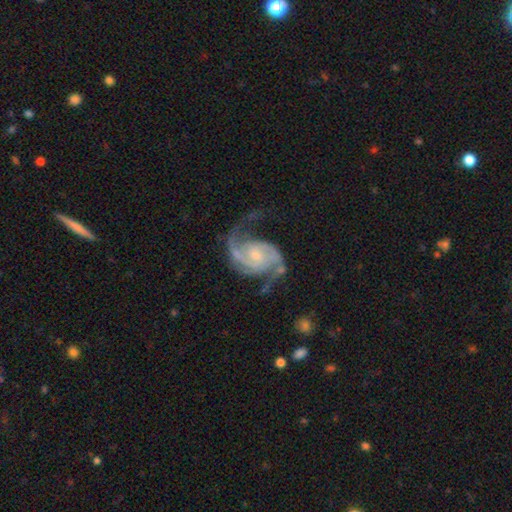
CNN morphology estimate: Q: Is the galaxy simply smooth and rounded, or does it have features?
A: featured or disk — 92%.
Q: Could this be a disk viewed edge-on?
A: no — 98%.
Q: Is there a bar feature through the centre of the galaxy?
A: no — 57%.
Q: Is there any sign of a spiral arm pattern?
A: yes — 98%.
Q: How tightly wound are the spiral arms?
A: medium — 55%.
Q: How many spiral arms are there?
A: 2 — 87%.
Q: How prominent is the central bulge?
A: small — 61%.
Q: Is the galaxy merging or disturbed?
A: none — 64%.